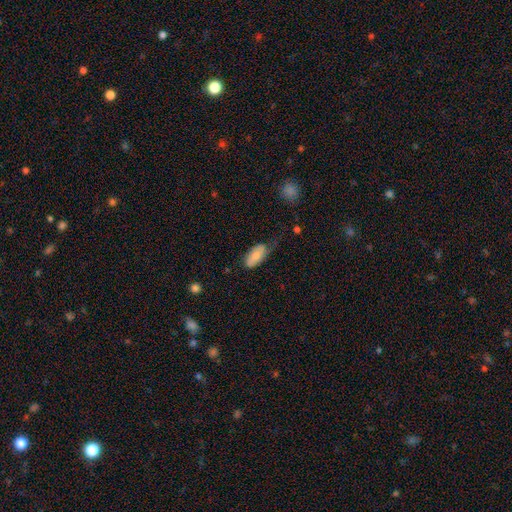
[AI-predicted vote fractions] The model was most divided on "merging" (2-way tie): none: 39%, minor disturbance: 39%, major disturbance: 19%, merger: 3%. More confident: how rounded — in between (91%); smooth or featured — smooth (76%).